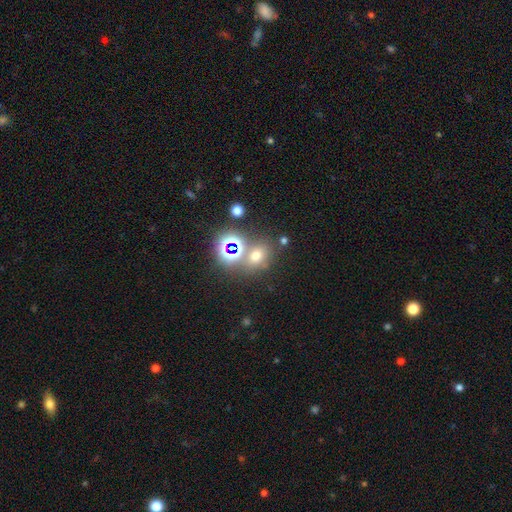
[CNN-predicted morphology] Q: Smooth or featured?
A: smooth (57%); runner-up: star or artifact (33%)
Q: How rounded?
A: round (59%); runner-up: in between (39%)
Q: Merging?
A: none (66%); runner-up: merger (17%)